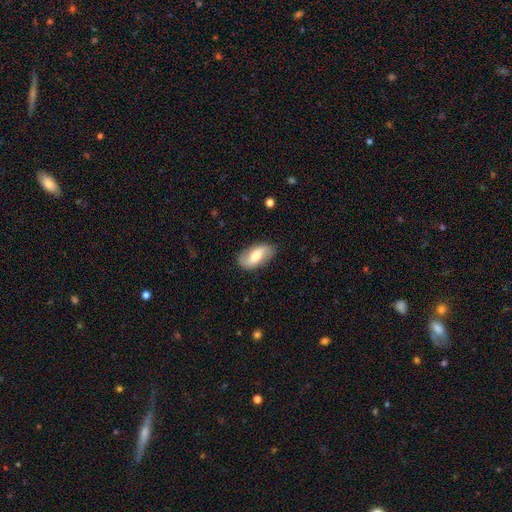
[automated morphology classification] A featured or disk galaxy (49%). Merging: none (82%).